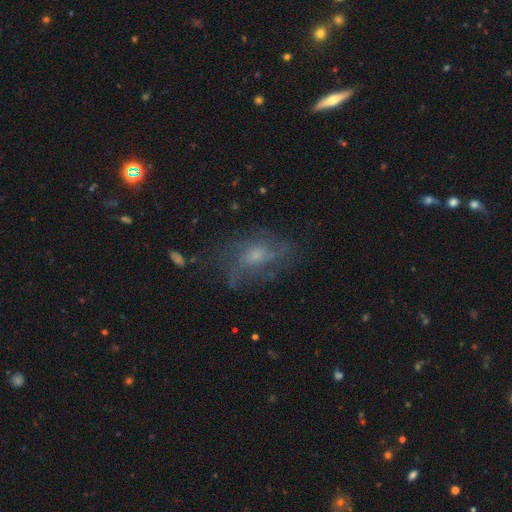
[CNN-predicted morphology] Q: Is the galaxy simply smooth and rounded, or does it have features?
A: featured or disk — 58%.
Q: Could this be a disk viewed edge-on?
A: no — 92%.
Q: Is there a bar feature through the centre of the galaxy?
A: no — 71%.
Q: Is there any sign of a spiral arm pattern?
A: yes — 66%.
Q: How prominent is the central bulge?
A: small — 44%.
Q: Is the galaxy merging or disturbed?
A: none — 59%.